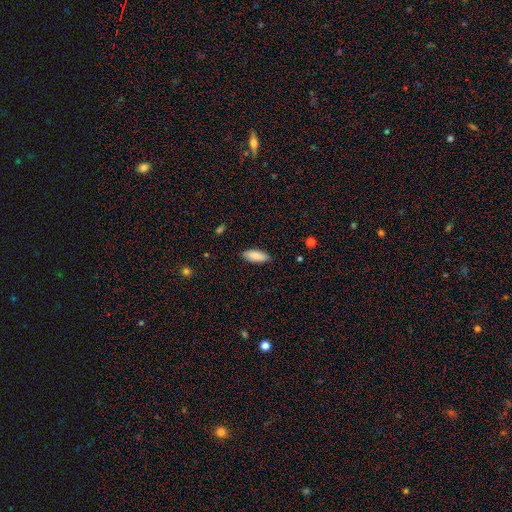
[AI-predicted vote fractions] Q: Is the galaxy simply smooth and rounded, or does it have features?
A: smooth — 87%.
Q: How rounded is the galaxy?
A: in between — 78%.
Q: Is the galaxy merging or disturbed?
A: none — 87%.